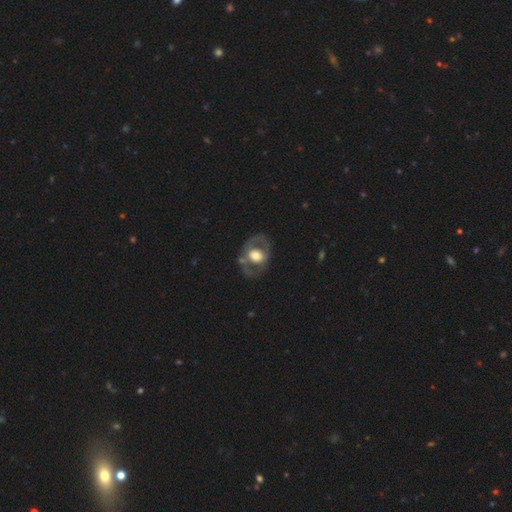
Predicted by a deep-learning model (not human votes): This appears to be a featured or disk galaxy (57%) with no bar (69%), no spiral arms (74%) and a large central bulge (45%). Merging: none (65%).